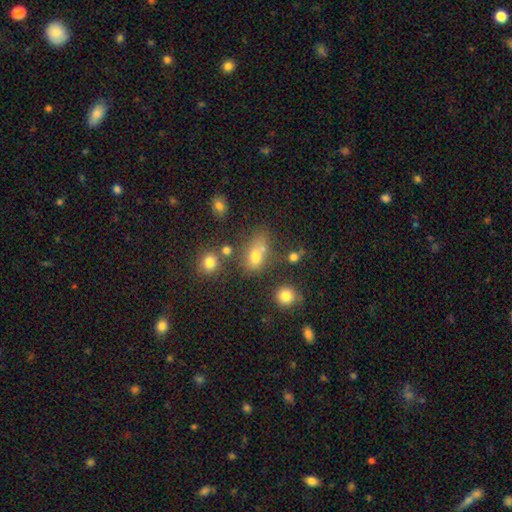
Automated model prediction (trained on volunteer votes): This is likely a smooth galaxy (69%). How rounded: likely in between (65%). Merging: possibly none (46%).